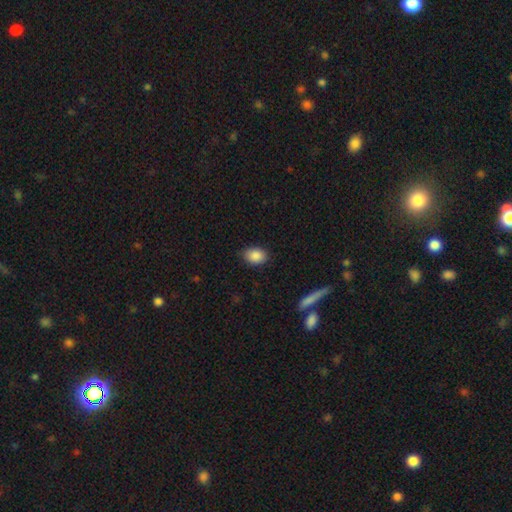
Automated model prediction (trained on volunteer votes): This is clearly a smooth galaxy (87%). How rounded: likely in between (78%). Merging: clearly none (85%).